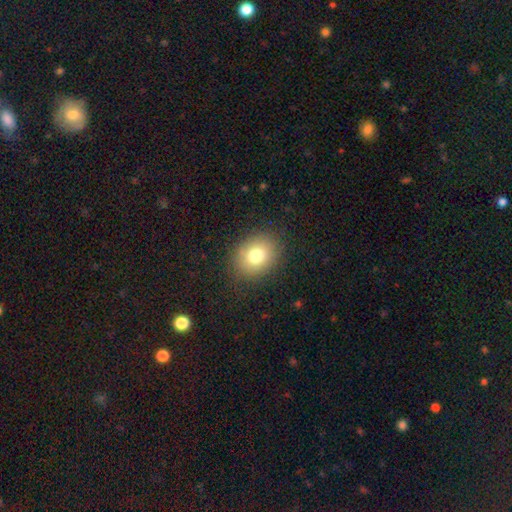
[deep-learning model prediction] smooth_or_featured: smooth (p=0.78) [alt: star or artifact p=0.11]
how_rounded: round (p=0.53) [alt: in between p=0.46]
merging: none (p=0.86) [alt: minor disturbance p=0.09]